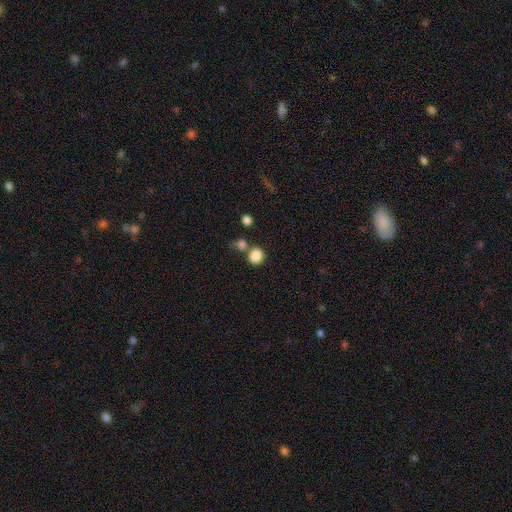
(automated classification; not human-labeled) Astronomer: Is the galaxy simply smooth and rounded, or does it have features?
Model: smooth — 86%.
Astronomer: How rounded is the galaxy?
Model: round — 81%.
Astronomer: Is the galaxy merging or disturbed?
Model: none — 63%.